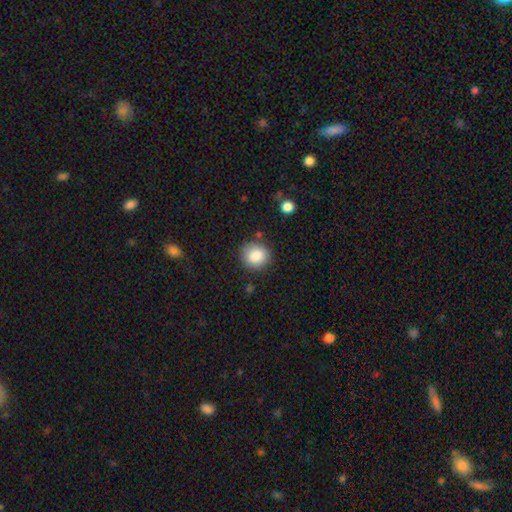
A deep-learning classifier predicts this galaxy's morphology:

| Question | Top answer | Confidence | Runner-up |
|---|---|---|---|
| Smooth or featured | smooth | 86% | star or artifact (9%) |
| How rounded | round | 85% | in between (14%) |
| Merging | none | 84% | minor disturbance (10%) |